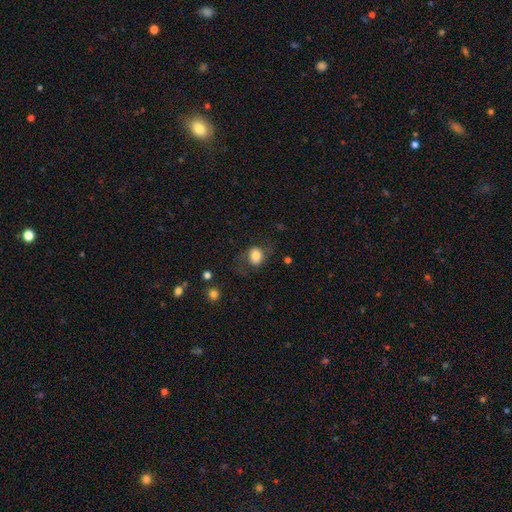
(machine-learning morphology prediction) Smooth or featured? smooth (67%)
How rounded? round (59%)
Merging? none (65%)